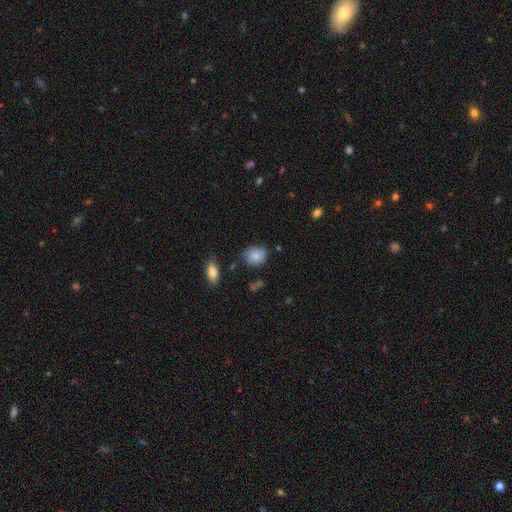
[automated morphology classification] smooth-or-featured: smooth: 77% | featured or disk: 15% | star or artifact: 8%
  how-rounded: round: 58% | in between: 41% | cigar-shaped: 1%
  merging: none: 61% | minor disturbance: 28% | major disturbance: 7% | merger: 4%